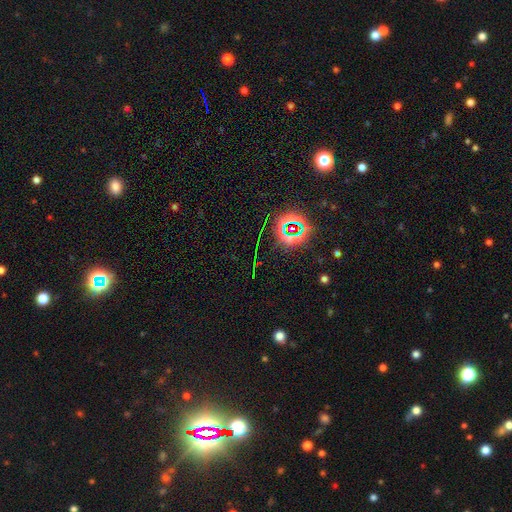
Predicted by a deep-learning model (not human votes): This appears to be a star or artifact, not a galaxy (76%).